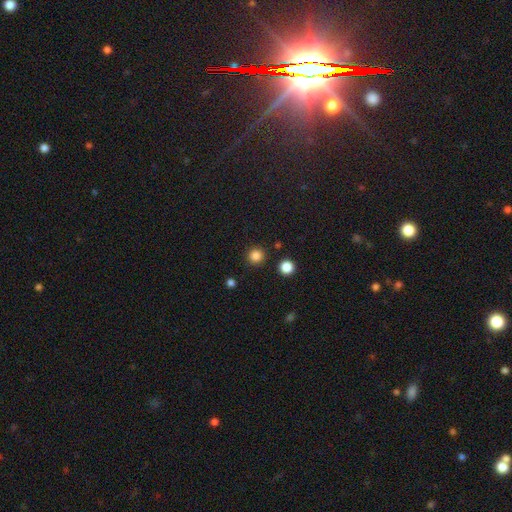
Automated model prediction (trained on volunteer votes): Smooth or featured?
  - smooth: 84% *
  - star or artifact: 13%
  - featured or disk: 3%
How rounded?
  - round: 94% *
  - in between: 5%
  - cigar-shaped: 1%
Merging?
  - none: 90% *
  - minor disturbance: 5%
  - major disturbance: 2%
  - merger: 2%